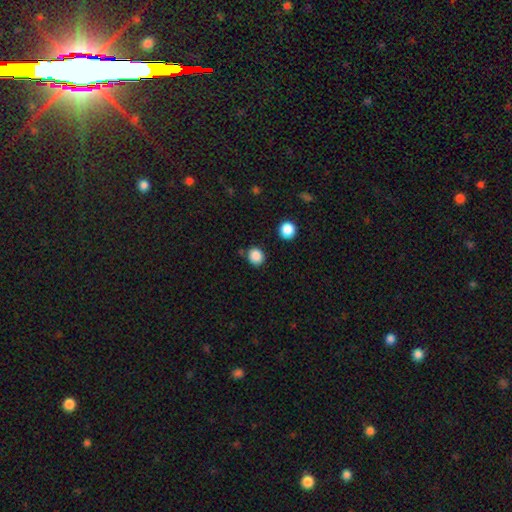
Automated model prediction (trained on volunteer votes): Smooth or featured?
  - smooth: 86% *
  - star or artifact: 11%
  - featured or disk: 3%
How rounded?
  - round: 83% *
  - in between: 17%
  - cigar-shaped: 1%
Merging?
  - none: 82% *
  - minor disturbance: 10%
  - merger: 5%
  - major disturbance: 3%